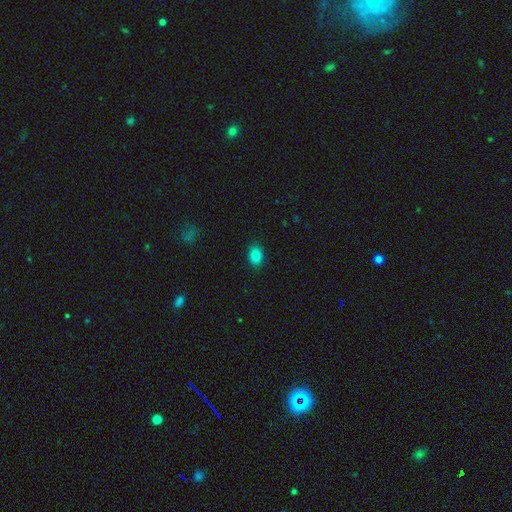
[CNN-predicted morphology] Smooth or featured? Predicted: smooth (p=0.85). How rounded? Predicted: in between (p=0.79). Merging? Predicted: none (p=0.88).